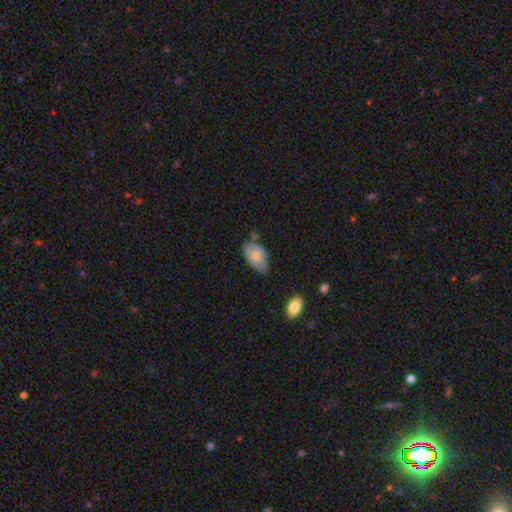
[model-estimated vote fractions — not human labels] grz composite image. It shows a smooth galaxy with no disk features (73%) that is in between round and cigar-shaped (93%). Merging: none (58%).